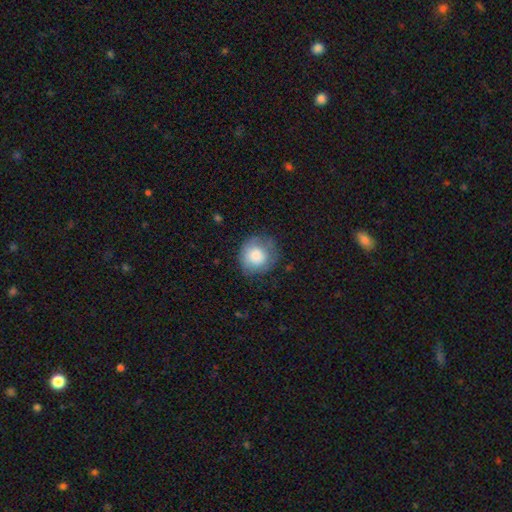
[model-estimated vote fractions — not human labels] Q: Smooth or featured?
A: smooth (80%); runner-up: featured or disk (13%)
Q: How rounded?
A: round (89%); runner-up: in between (10%)
Q: Merging?
A: none (69%); runner-up: minor disturbance (21%)